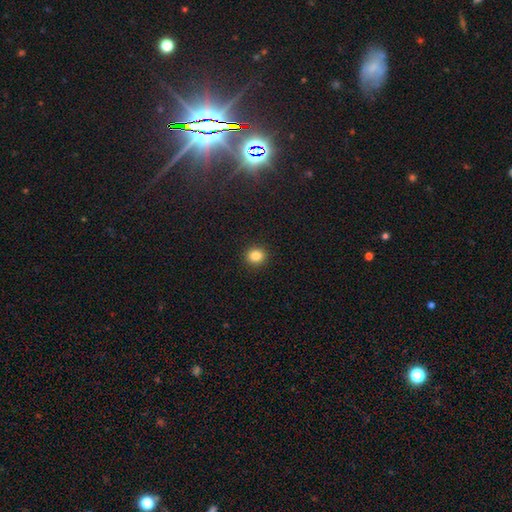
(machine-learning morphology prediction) Overall: smooth (85%). How rounded: round (84%). Merging: none (92%).